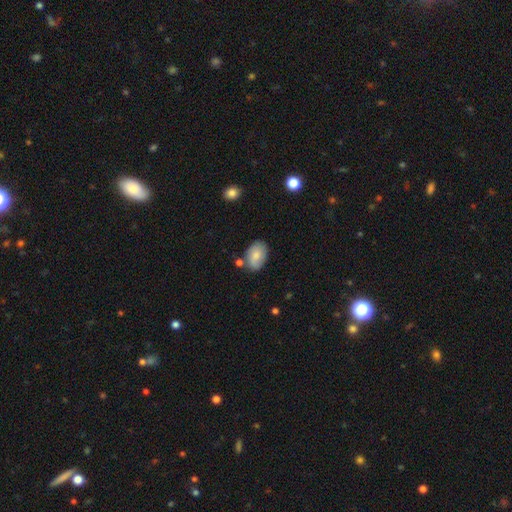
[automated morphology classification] A smooth galaxy with no disk features (76%) that is in between round and cigar-shaped (87%).

Vote fractions:
- Smooth or featured? smooth: 76% / featured or disk: 18% / star or artifact: 7%
- How rounded? in between: 87% / round: 12% / cigar-shaped: 1%
- Merging? none: 68% / minor disturbance: 20% / merger: 7% / major disturbance: 4%